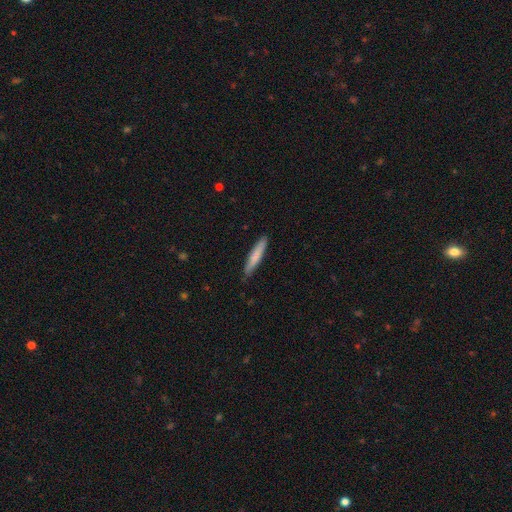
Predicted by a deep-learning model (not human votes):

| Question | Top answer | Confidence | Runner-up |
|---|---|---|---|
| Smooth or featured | smooth | 75% | featured or disk (20%) |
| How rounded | cigar-shaped | 93% | in between (6%) |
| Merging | none | 88% | minor disturbance (10%) |